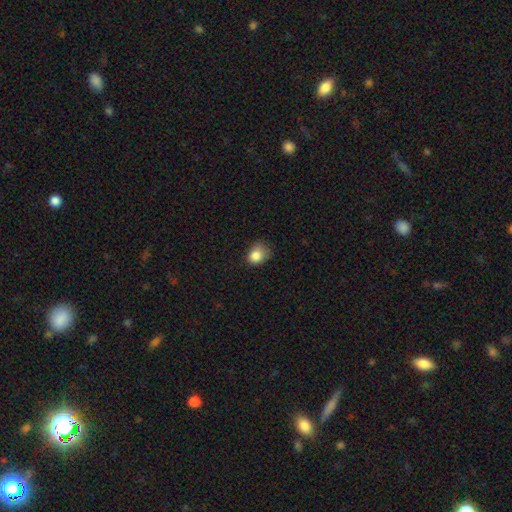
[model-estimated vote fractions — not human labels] This is clearly a smooth galaxy (83%). How rounded: possibly round (55%). Merging: possibly none (50%).